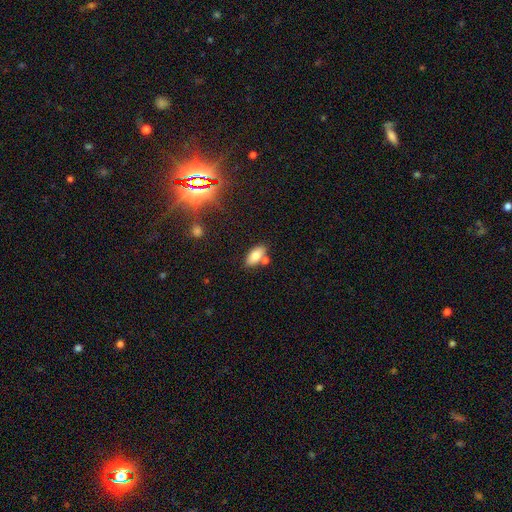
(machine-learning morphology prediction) Smooth or featured? Predicted: smooth (p=0.79). How rounded? Predicted: in between (p=0.91). Merging? Predicted: none (p=0.67).